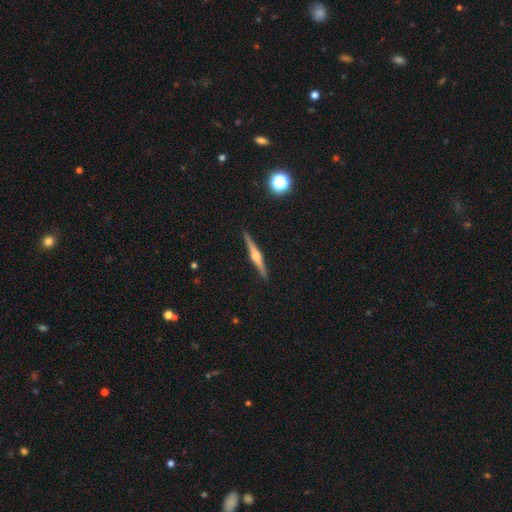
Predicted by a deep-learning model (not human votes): This appears to be a featured or disk galaxy (77%) viewed edge-on (98%) with a rounded central bulge (89%). Merging: none (91%).